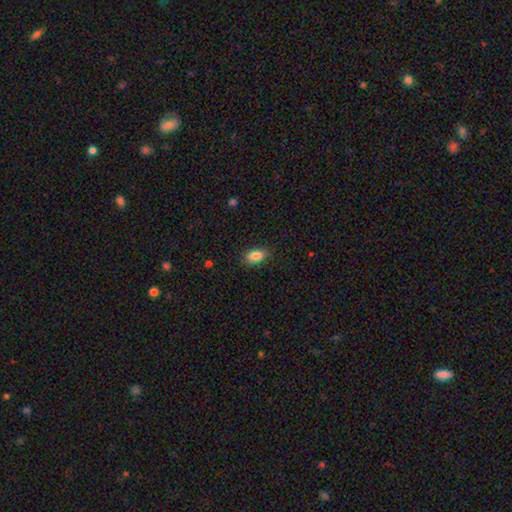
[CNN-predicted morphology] Q: Smooth or featured?
A: smooth (85%); runner-up: star or artifact (9%)
Q: How rounded?
A: in between (85%); runner-up: round (13%)
Q: Merging?
A: none (87%); runner-up: minor disturbance (10%)